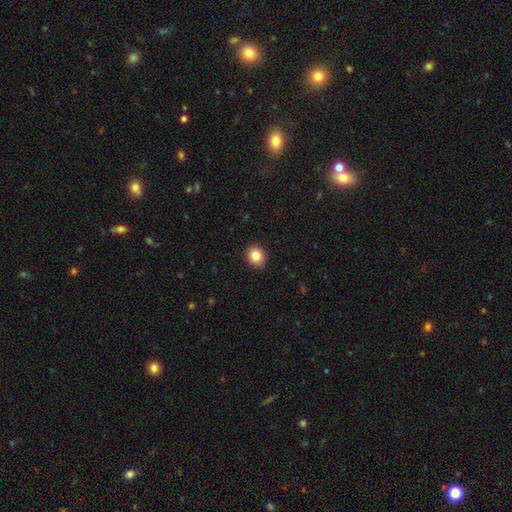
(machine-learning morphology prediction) Smooth or featured: smooth — 84% (star or artifact — 10%)
How rounded: round — 71% (in between — 28%)
Merging: none — 89% (minor disturbance — 8%)